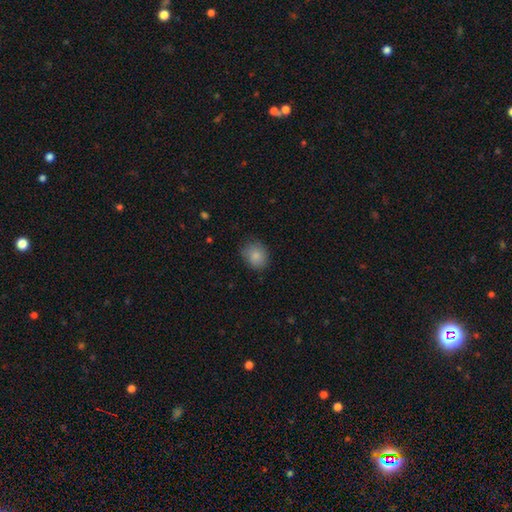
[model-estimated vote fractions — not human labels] Morphology: type=smooth (86%); roundness=round (66%); merging=none (76%).